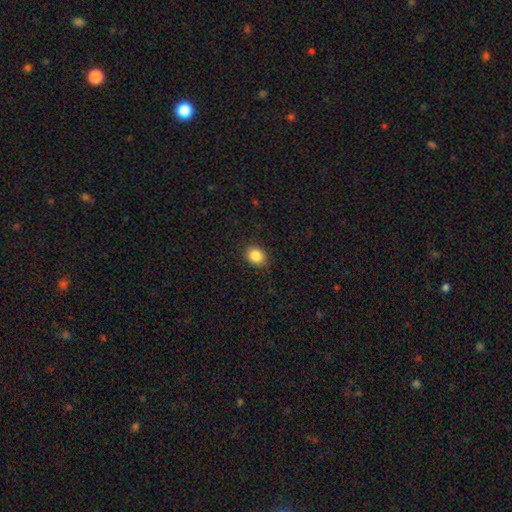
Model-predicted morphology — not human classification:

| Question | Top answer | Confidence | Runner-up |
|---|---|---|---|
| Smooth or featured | smooth | 87% | star or artifact (9%) |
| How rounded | round | 54% | in between (45%) |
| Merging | none | 88% | minor disturbance (9%) |